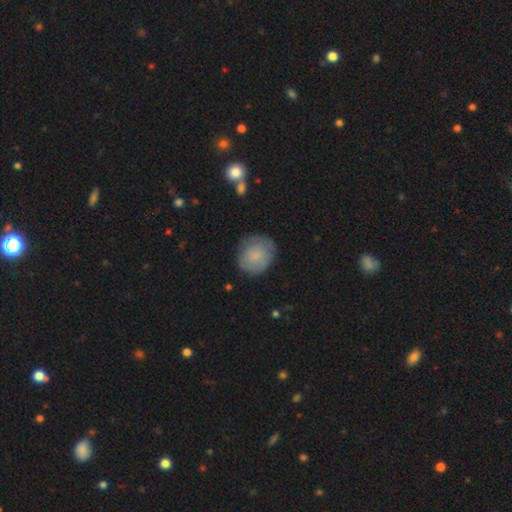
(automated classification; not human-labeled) smooth_or_featured: smooth (p=0.71) [alt: featured or disk p=0.22]
how_rounded: round (p=0.72) [alt: in between p=0.27]
merging: none (p=0.66) [alt: minor disturbance p=0.24]